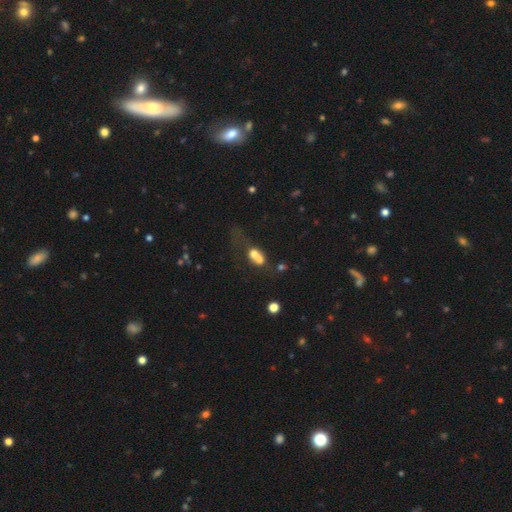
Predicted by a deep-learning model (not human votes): The model was most divided on "how rounded": in between: 59%, round: 35%, cigar-shaped: 7%. More confident: smooth or featured — smooth (62%); merging — merger (57%).